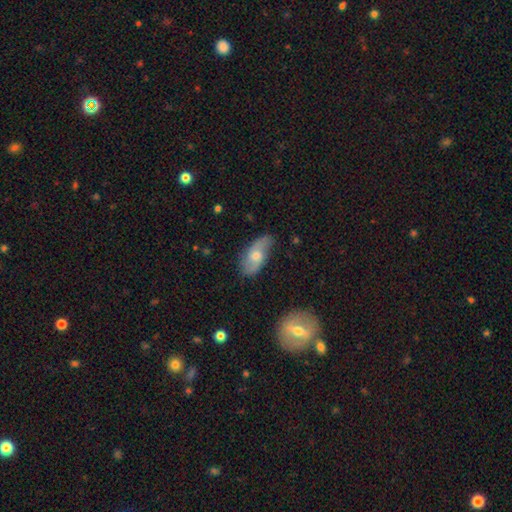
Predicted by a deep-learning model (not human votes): The model was most divided on "smooth or featured": featured or disk: 54%, smooth: 40%, star or artifact: 7%. More confident: edge-on disk — no (90%); merging — none (73%).